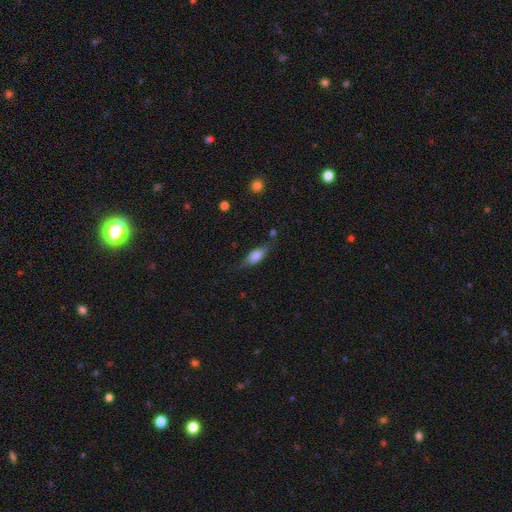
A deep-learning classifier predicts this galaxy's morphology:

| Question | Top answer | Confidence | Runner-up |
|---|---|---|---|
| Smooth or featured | smooth | 71% | featured or disk (22%) |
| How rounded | in between | 73% | cigar-shaped (24%) |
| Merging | none | 66% | minor disturbance (24%) |